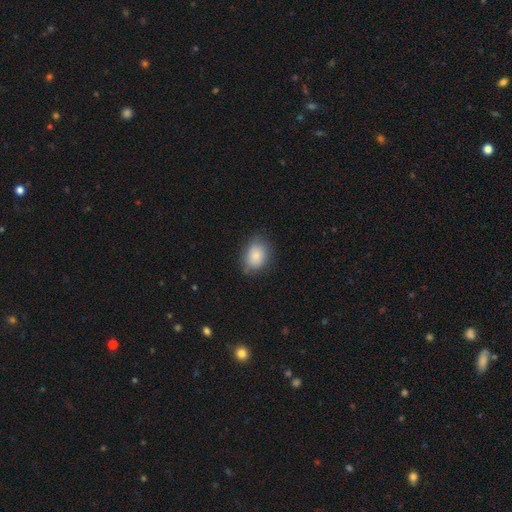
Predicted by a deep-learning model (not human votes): Morphology: type=smooth (85%); roundness=in between (64%); merging=none (76%).